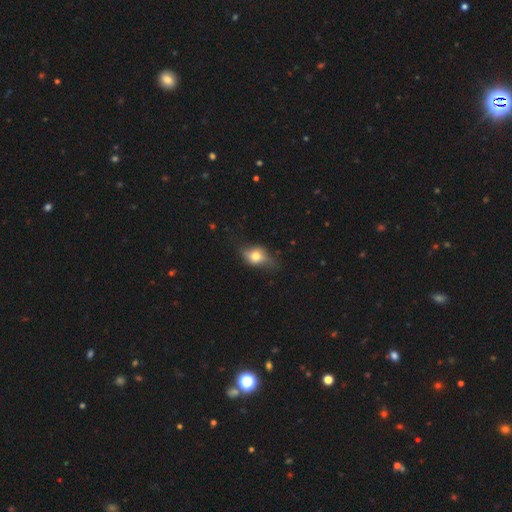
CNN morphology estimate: smooth-or-featured: smooth: 60% | featured or disk: 31% | star or artifact: 9%
  how-rounded: in between: 69% | round: 26% | cigar-shaped: 4%
  merging: none: 59% | minor disturbance: 29% | major disturbance: 10% | merger: 2%